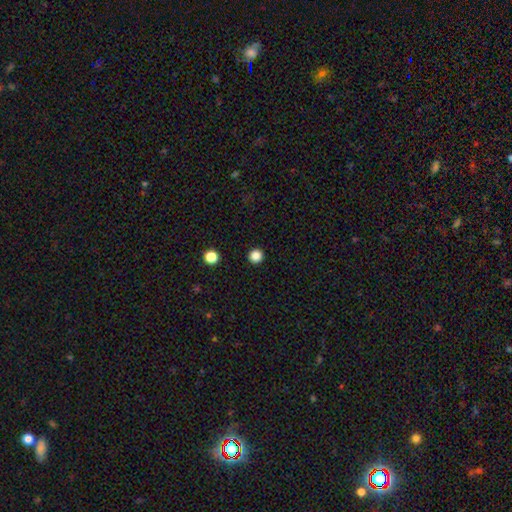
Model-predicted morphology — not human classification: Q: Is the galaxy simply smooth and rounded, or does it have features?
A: smooth — 85%.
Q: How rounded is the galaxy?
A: round — 96%.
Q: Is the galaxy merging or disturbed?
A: none — 94%.